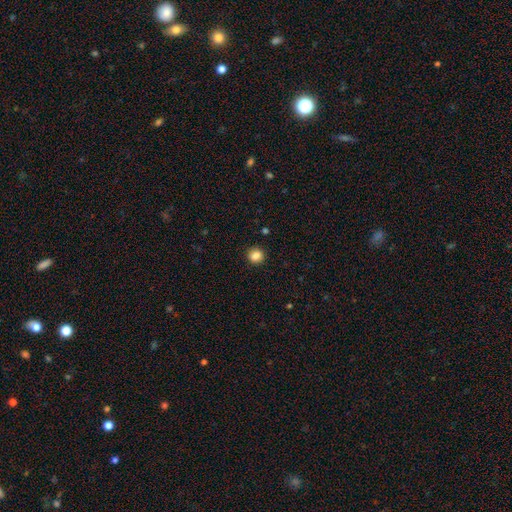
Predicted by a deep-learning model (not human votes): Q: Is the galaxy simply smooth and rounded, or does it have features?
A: smooth — 86%.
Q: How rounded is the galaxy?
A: round — 89%.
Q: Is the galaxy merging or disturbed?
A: none — 92%.